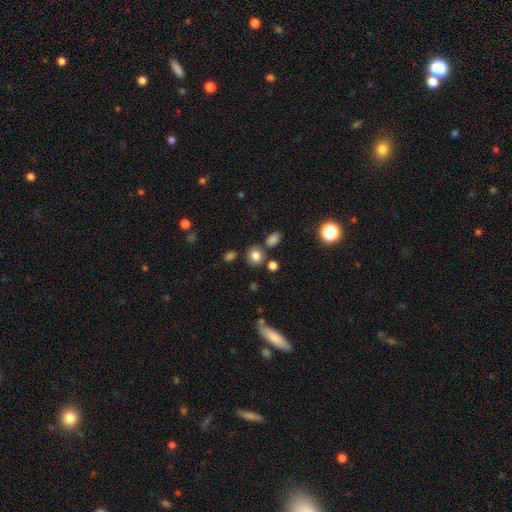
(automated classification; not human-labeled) Smooth or featured? smooth (80%)
How rounded? round (72%)
Merging? none (76%)